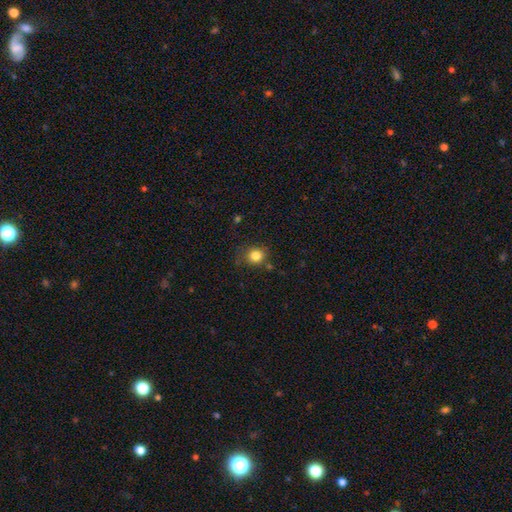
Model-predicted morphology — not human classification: A smooth galaxy with no disk features (82%) that is round (82%).

Vote fractions:
- Smooth or featured? smooth: 82% / star or artifact: 12% / featured or disk: 6%
- How rounded? round: 82% / in between: 18% / cigar-shaped: 1%
- Merging? none: 75% / minor disturbance: 16% / major disturbance: 5% / merger: 4%